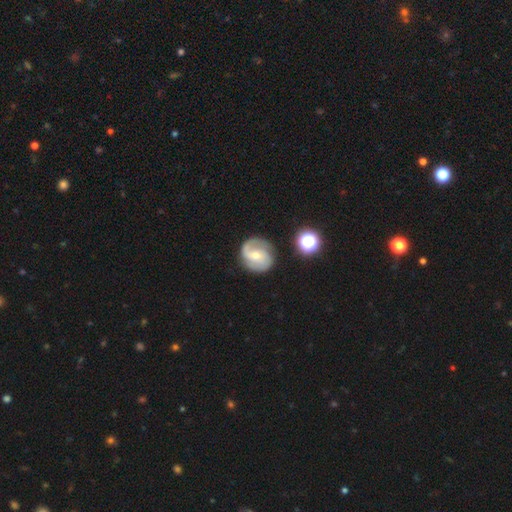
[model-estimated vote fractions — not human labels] smooth_or_featured: featured or disk (p=0.78) [alt: smooth p=0.16]
disk_edge_on: no (p=0.98) [alt: yes p=0.02]
bar: weak (p=0.44) [alt: no p=0.42]
has_spiral_arms: yes (p=0.95) [alt: no p=0.05]
spiral_winding: medium (p=0.49) [alt: tight p=0.26]
spiral_arm_count: 2 (p=0.81) [alt: can't tell p=0.07]
bulge_size: small (p=0.54) [alt: moderate p=0.41]
merging: none (p=0.76) [alt: minor disturbance p=0.15]